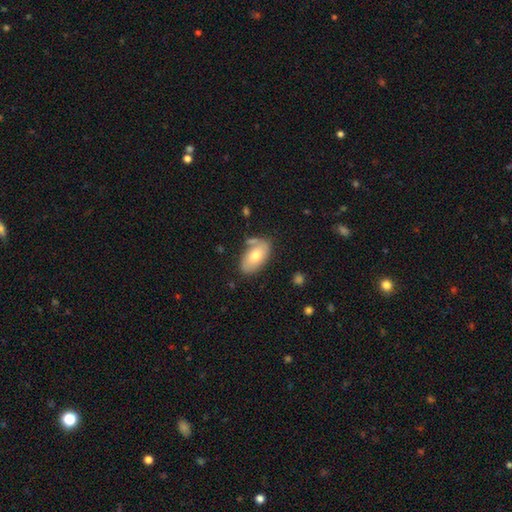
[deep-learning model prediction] smooth_or_featured: smooth (p=0.68) [alt: featured or disk p=0.26]
how_rounded: in between (p=0.93) [alt: round p=0.05]
merging: none (p=0.67) [alt: minor disturbance p=0.18]